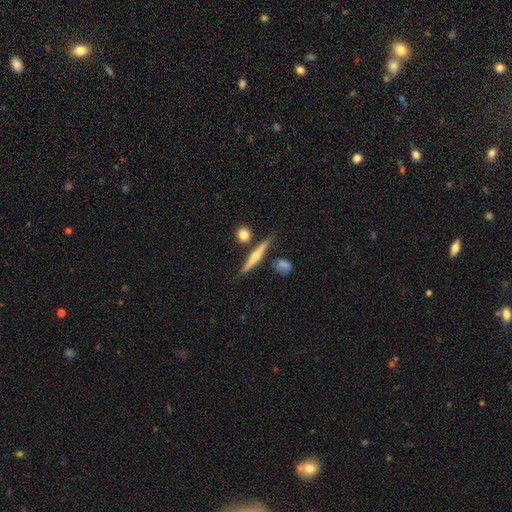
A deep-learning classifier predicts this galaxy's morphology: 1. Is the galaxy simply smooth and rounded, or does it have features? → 64% featured or disk, 29% smooth, 7% star or artifact.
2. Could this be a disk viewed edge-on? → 95% yes, 5% no.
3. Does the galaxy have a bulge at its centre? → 80% rounded, 13% none, 7% boxy.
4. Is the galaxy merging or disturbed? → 78% none, 12% minor disturbance, 7% merger, 3% major disturbance.